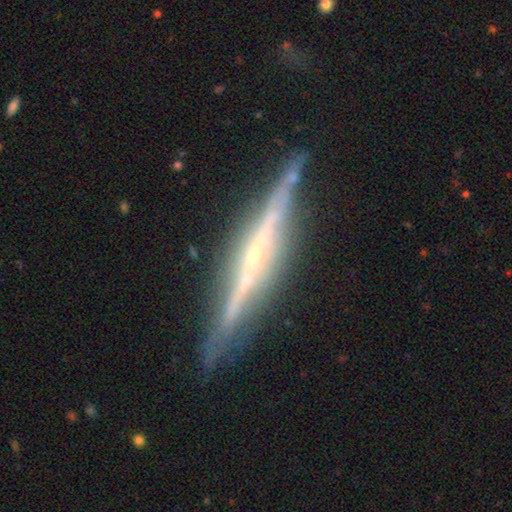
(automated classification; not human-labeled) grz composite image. It shows a featured or disk galaxy (85%) viewed edge-on (97%) with no central bulge (46%). Merging: none (85%).